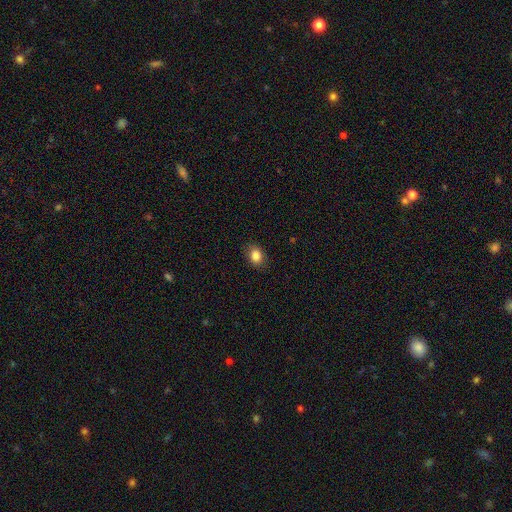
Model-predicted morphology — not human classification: Overall: smooth (85%). How rounded: in between (67%; round 32%). Merging: none (86%).